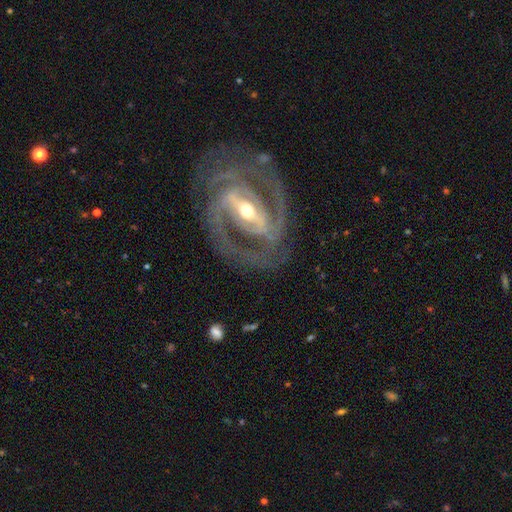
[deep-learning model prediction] Smooth or featured?
  - featured or disk: 90% *
  - star or artifact: 6%
  - smooth: 4%
Edge-on disk?
  - no: 95% *
  - yes: 5%
Bar?
  - strong: 67% *
  - weak: 24%
  - no: 10%
Spiral arms?
  - yes: 96% *
  - no: 4%
Spiral winding?
  - tight: 45% * (tied)
  - medium: 45% * (tied)
  - loose: 10%
Spiral arm count?
  - 2: 77% *
  - 3: 9%
  - can't tell: 7%
  - 4: 3%
  - 1: 3%
  - more than 4: 2%
Bulge size?
  - small: 48% *
  - moderate: 47%
  - large: 3%
  - none: 1%
  - dominant: 1%
Merging?
  - none: 76% *
  - minor disturbance: 14%
  - major disturbance: 9%
  - merger: 2%